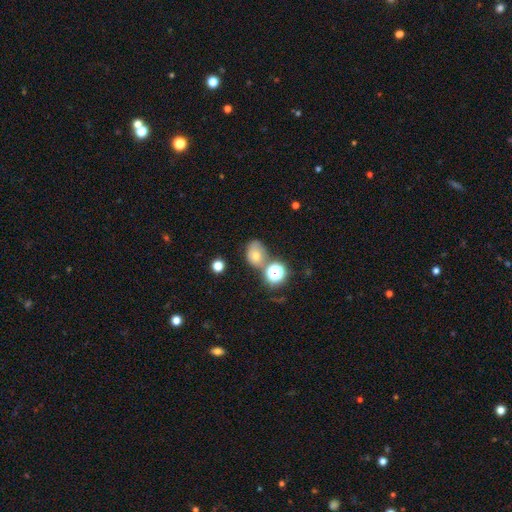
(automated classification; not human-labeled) Smooth or featured? Predicted: smooth (p=0.53). How rounded? Predicted: in between (p=0.53). Merging? Predicted: none (p=0.57).